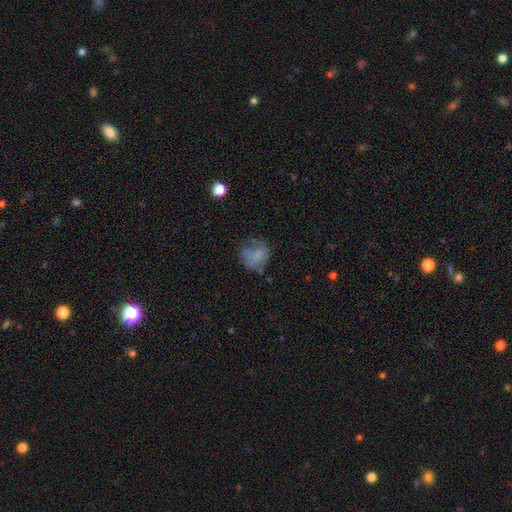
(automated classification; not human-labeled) A smooth galaxy with no disk features (63%) that is round (68%). Merging: none (45%).